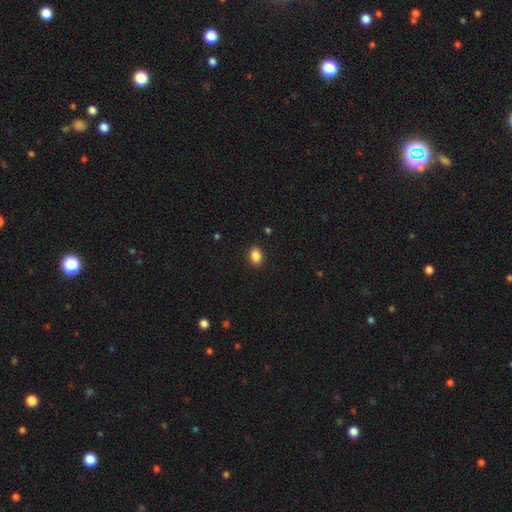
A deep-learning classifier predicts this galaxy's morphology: Q: Smooth or featured?
A: smooth (87%); runner-up: star or artifact (9%)
Q: How rounded?
A: in between (79%); runner-up: round (20%)
Q: Merging?
A: none (90%); runner-up: minor disturbance (7%)